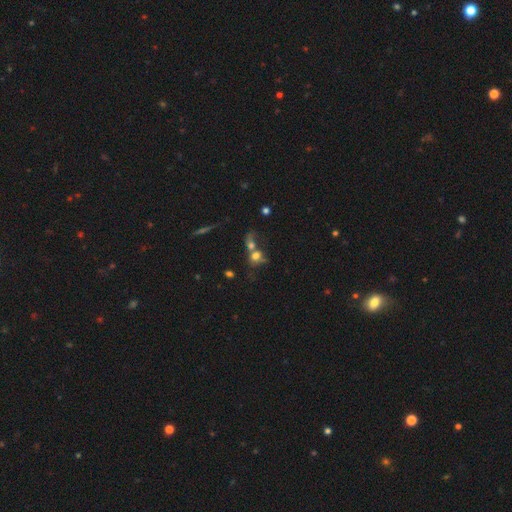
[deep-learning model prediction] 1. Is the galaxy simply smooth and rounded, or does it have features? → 63% smooth, 22% featured or disk, 15% star or artifact.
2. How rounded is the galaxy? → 60% round, 37% in between, 3% cigar-shaped.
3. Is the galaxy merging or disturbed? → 65% merger, 19% none, 9% major disturbance, 7% minor disturbance.